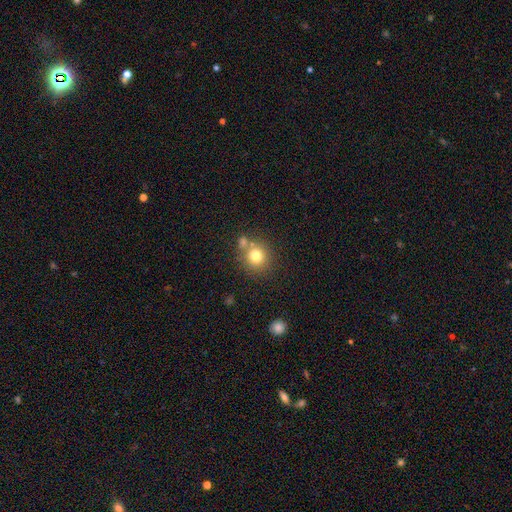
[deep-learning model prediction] A smooth galaxy with no disk features (76%) that is round (88%). Merging: none (65%).